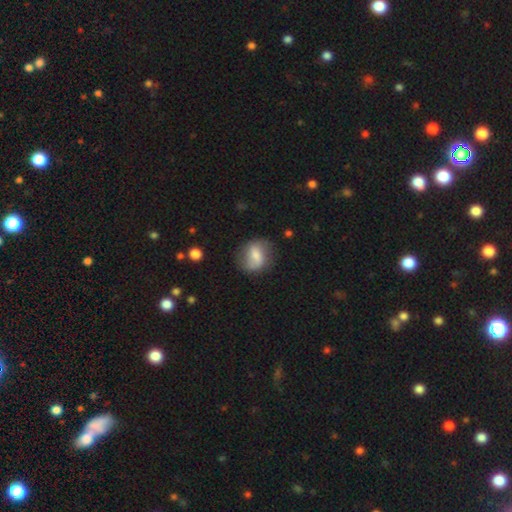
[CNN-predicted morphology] The model was most divided on "how rounded": in between: 50%, round: 48%, cigar-shaped: 2%. More confident: merging — none (65%); smooth or featured — smooth (60%).